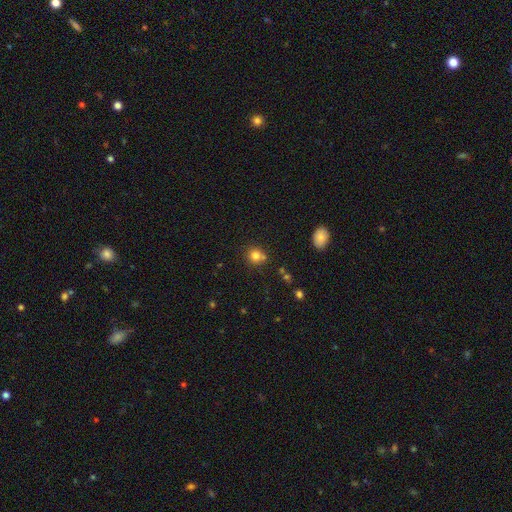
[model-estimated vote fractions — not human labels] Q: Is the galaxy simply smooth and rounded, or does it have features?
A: smooth — 78%.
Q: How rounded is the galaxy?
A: round — 87%.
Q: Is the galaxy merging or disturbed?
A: none — 64%.